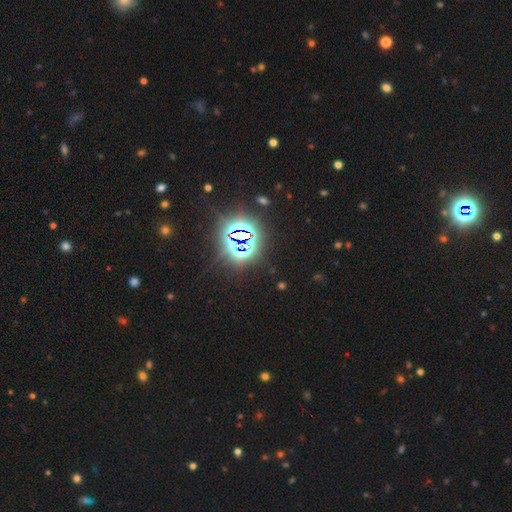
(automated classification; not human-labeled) The model was most divided on "smooth or featured": star or artifact: 81%, smooth: 11%, featured or disk: 8%.